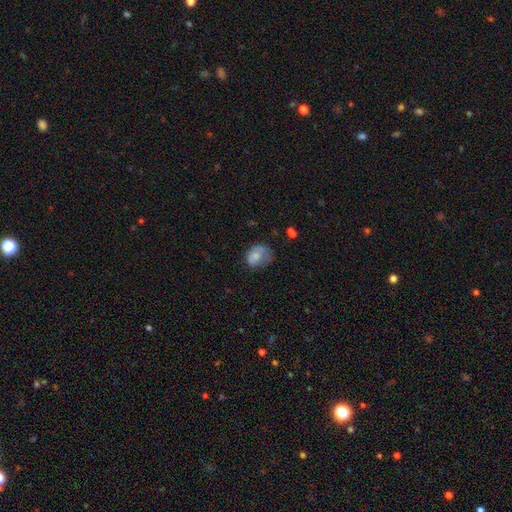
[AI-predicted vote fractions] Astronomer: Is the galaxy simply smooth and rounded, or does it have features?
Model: smooth — 67%.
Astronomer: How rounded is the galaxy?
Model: in between — 56% (runner-up: round, 43%).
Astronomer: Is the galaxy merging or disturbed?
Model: none — 37% (runner-up: minor disturbance, 34%).